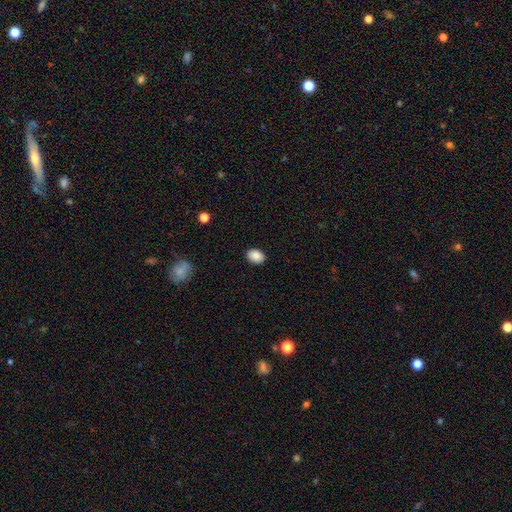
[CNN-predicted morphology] type=smooth (88%); roundness=in between (70%); merging=none (89%).